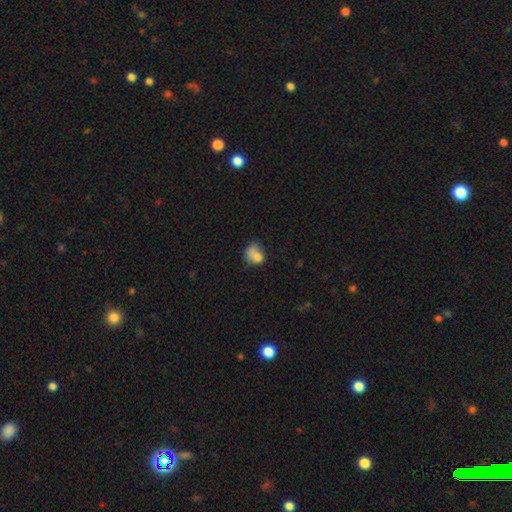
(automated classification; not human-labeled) smooth-or-featured: smooth: 73% | featured or disk: 16% | star or artifact: 11%
  how-rounded: round: 50% | in between: 49% | cigar-shaped: 1%
  merging: merger: 33% | none: 30% | minor disturbance: 22% | major disturbance: 15%